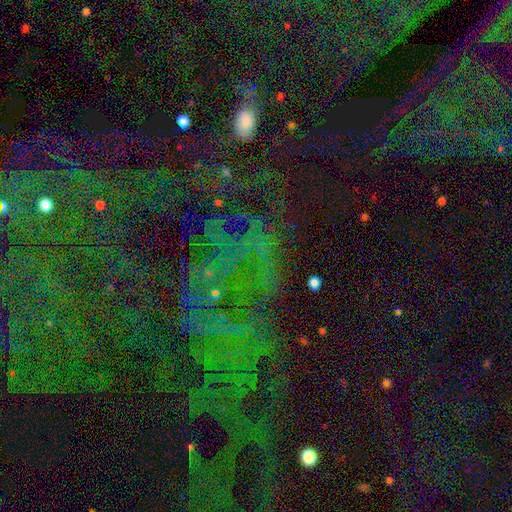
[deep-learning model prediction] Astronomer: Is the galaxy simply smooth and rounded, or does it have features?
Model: star or artifact — 76%.